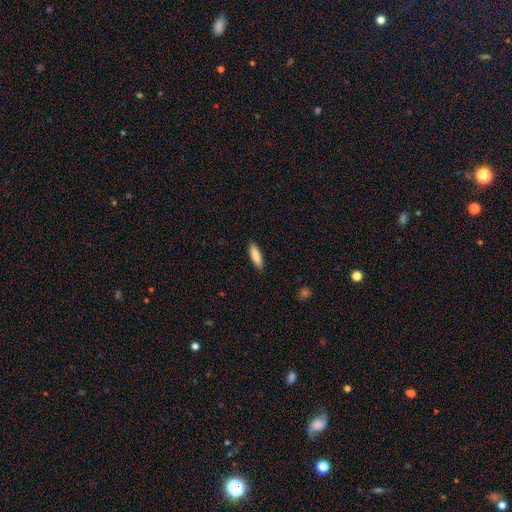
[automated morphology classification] smooth-or-featured: smooth: 85% | featured or disk: 9% | star or artifact: 6%
  how-rounded: cigar-shaped: 55% | in between: 44% | round: 1%
  merging: none: 89% | minor disturbance: 9% | major disturbance: 2% | merger: 1%